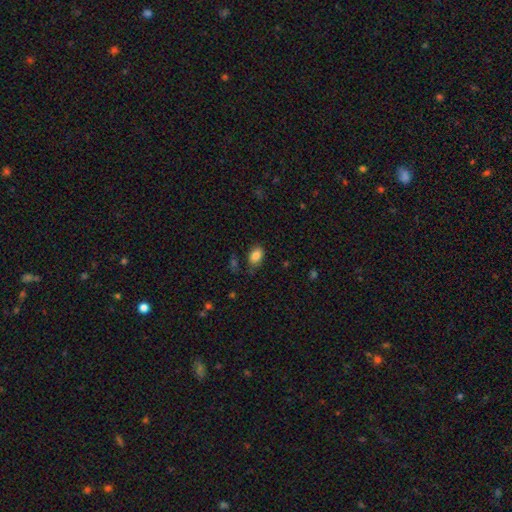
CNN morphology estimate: Smooth or featured: smooth — 85% (star or artifact — 9%)
How rounded: in between — 86% (round — 12%)
Merging: none — 73% (minor disturbance — 20%)